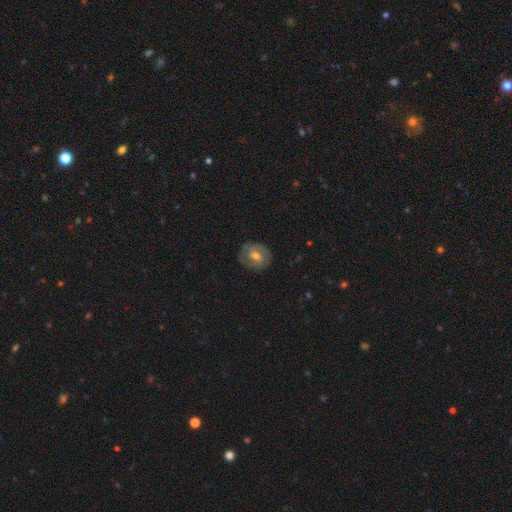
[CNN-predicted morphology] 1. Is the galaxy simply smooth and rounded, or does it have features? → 46% featured or disk, 45% smooth, 9% star or artifact.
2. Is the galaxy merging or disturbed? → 79% none, 15% minor disturbance, 4% major disturbance, 1% merger.